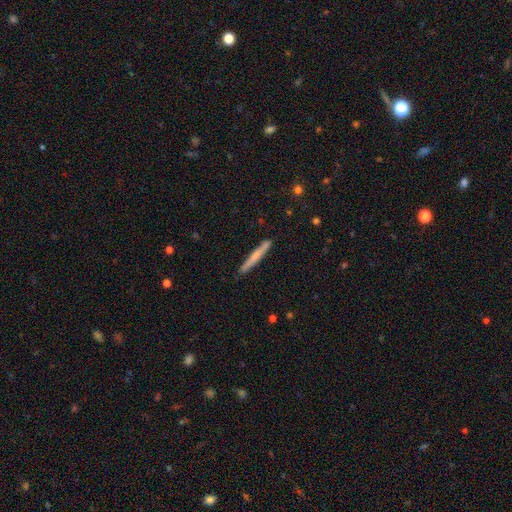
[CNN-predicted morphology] This is likely a smooth galaxy (60%). How rounded: clearly cigar-shaped (96%). Merging: clearly none (88%).